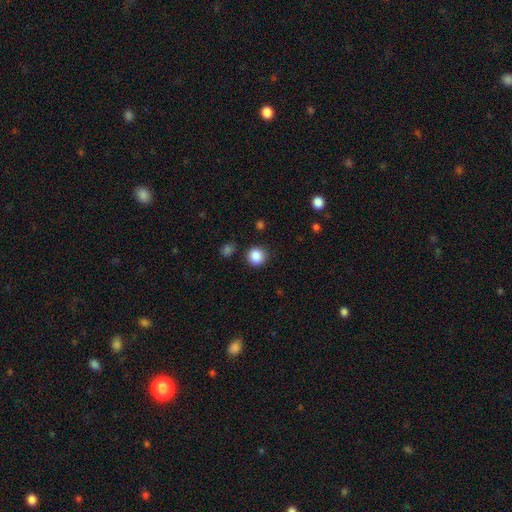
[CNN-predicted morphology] A smooth galaxy with no disk features (87%) that is round (91%). Merging: none (88%).